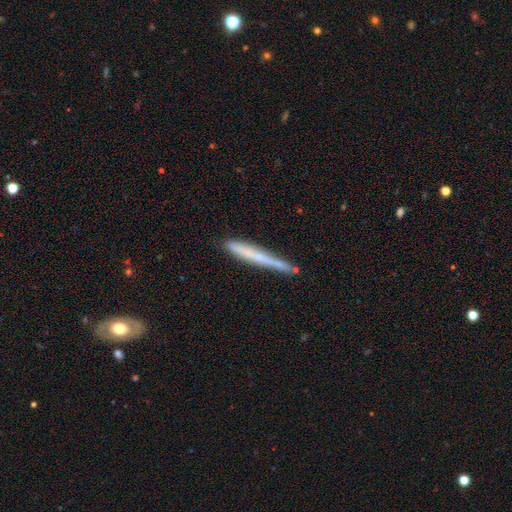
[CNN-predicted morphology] This appears to be a smooth galaxy with no disk features (50%) that is cigar-shaped (97%). Merging: none (76%).